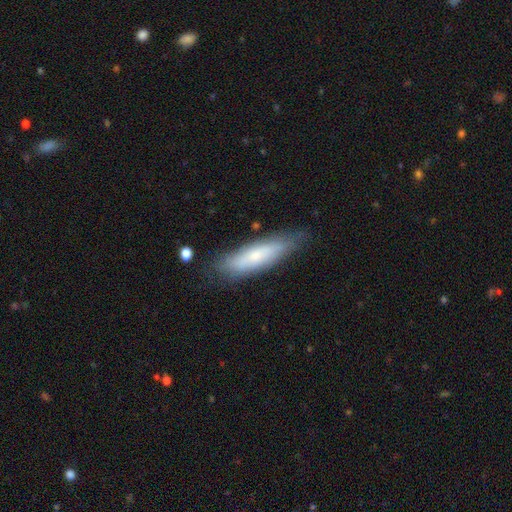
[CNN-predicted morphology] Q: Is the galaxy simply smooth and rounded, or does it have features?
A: smooth — 61%.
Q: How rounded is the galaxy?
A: cigar-shaped — 66%.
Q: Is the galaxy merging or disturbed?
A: none — 73%.